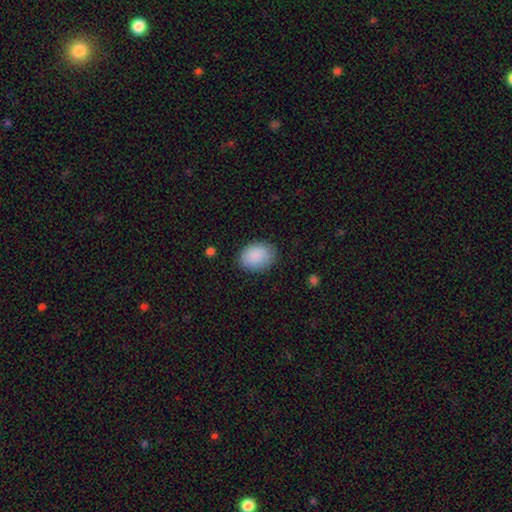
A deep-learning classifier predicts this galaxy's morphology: A smooth galaxy with no disk features (89%) that is in between round and cigar-shaped (68%). Merging: none (84%).